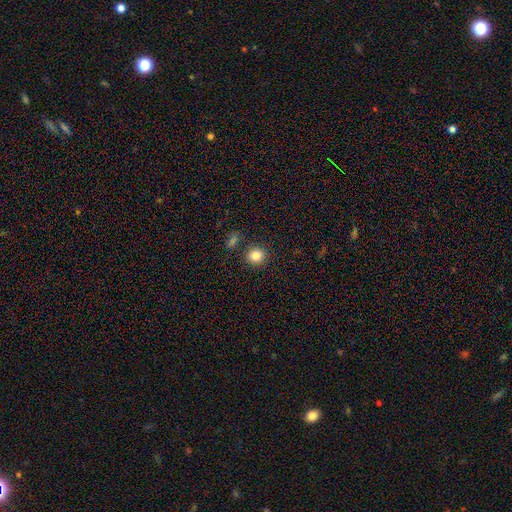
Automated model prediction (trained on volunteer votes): A smooth galaxy with no disk features (84%) that is round (85%).

Vote fractions:
- Smooth or featured? smooth: 84% / star or artifact: 10% / featured or disk: 5%
- How rounded? round: 85% / in between: 14% / cigar-shaped: 1%
- Merging? none: 85% / minor disturbance: 8% / merger: 5% / major disturbance: 3%